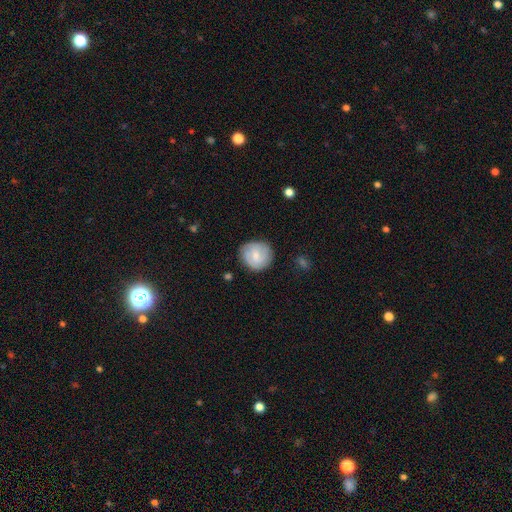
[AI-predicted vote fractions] Smooth or featured?
  - smooth: 54% *
  - featured or disk: 40%
  - star or artifact: 6%
How rounded?
  - round: 88% *
  - in between: 11%
  - cigar-shaped: 1%
Merging?
  - none: 80% *
  - minor disturbance: 15%
  - major disturbance: 4%
  - merger: 1%